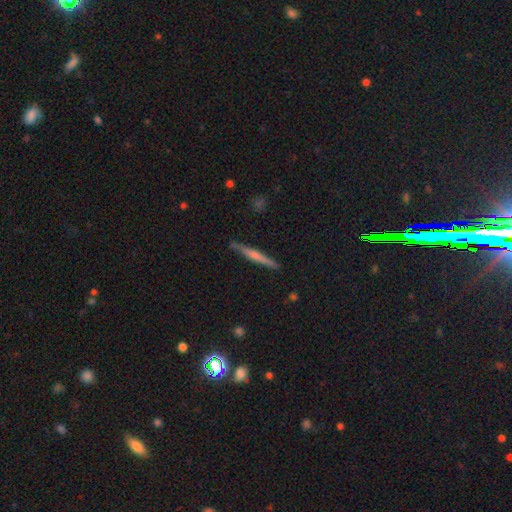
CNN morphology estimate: A featured or disk galaxy (53%) viewed edge-on (97%) with a rounded central bulge (46%). Merging: none (88%).